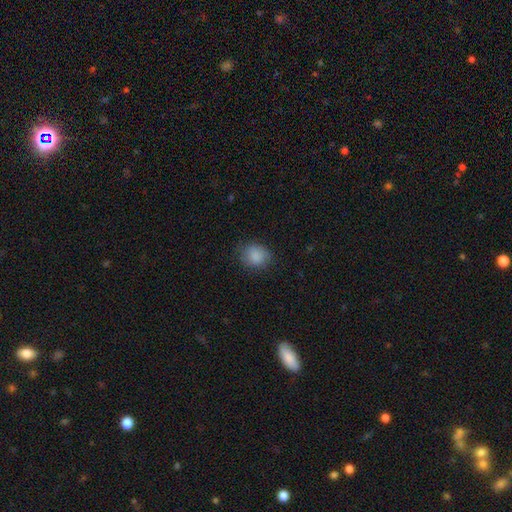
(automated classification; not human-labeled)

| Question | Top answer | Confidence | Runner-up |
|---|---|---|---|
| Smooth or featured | smooth | 87% | star or artifact (8%) |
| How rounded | round | 58% | in between (41%) |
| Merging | none | 77% | minor disturbance (17%) |